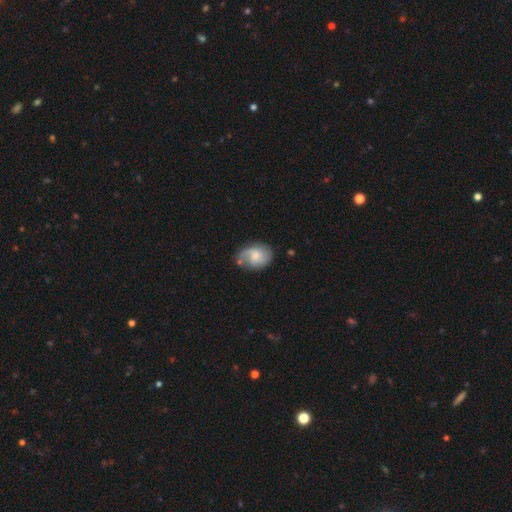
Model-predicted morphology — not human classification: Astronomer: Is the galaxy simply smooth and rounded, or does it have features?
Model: featured or disk — 53% (runner-up: smooth, 39%).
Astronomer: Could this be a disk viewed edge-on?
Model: no — 97%.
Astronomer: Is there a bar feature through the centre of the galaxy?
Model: no — 59% (runner-up: weak, 36%).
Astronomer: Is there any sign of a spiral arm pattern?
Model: yes — 85%.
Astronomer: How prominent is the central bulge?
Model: moderate — 45% (runner-up: small, 36%).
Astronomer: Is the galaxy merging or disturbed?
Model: none — 59%.